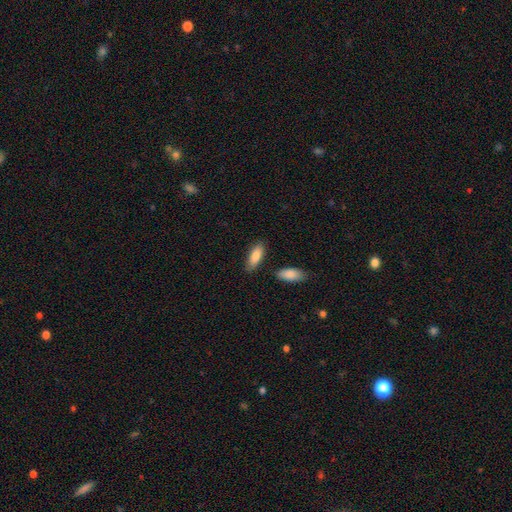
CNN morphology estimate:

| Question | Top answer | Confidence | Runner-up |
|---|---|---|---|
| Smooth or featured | smooth | 86% | featured or disk (9%) |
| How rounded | in between | 72% | cigar-shaped (26%) |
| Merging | none | 80% | minor disturbance (13%) |